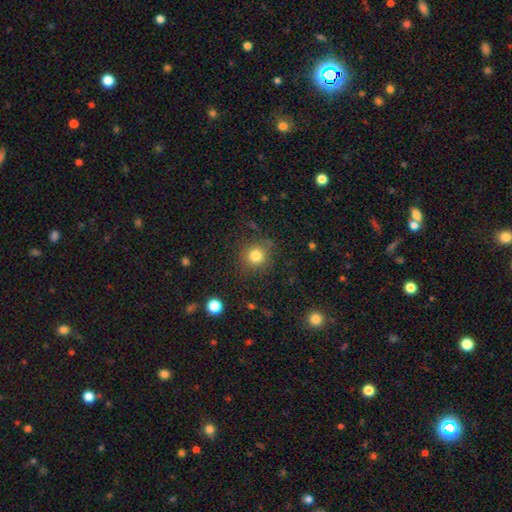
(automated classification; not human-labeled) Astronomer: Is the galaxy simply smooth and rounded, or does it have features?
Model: smooth — 80%.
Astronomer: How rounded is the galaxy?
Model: round — 91%.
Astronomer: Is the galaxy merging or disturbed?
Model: none — 84%.